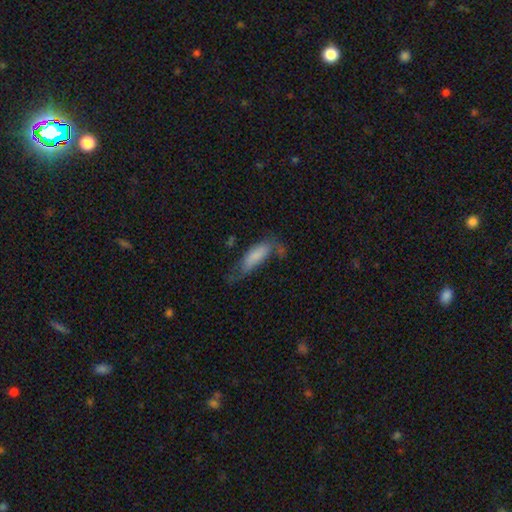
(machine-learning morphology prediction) smooth_or_featured: smooth (p=0.71) [alt: featured or disk p=0.21]
how_rounded: in between (p=0.60) [alt: cigar-shaped p=0.37]
merging: none (p=0.34) [alt: minor disturbance p=0.32]